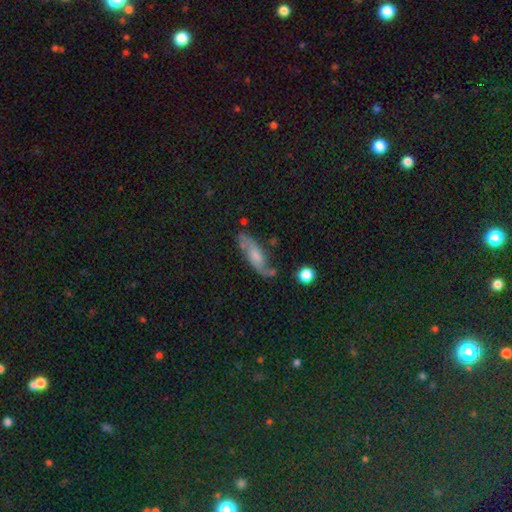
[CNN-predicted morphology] This appears to be a featured or disk galaxy (62%). Merging: none (64%).